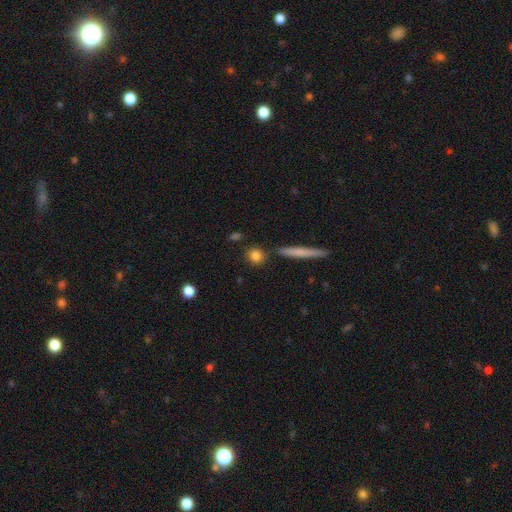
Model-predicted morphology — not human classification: smooth_or_featured: smooth (p=0.83) [alt: featured or disk p=0.09]
how_rounded: round (p=0.76) [alt: in between p=0.16]
merging: none (p=0.82) [alt: minor disturbance p=0.09]